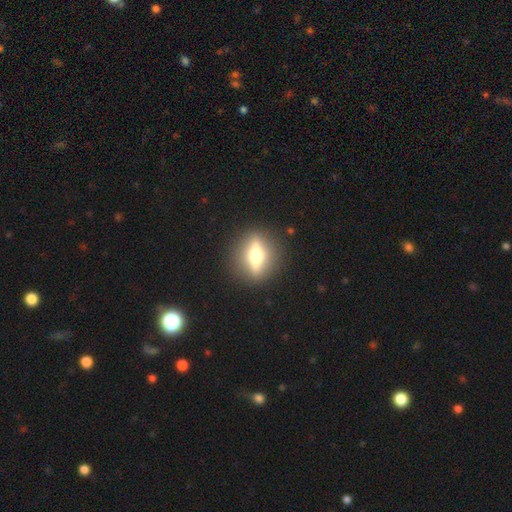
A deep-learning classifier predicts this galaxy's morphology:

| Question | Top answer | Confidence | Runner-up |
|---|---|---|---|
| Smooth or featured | featured or disk | 64% | smooth (28%) |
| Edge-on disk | yes | 79% | no (21%) |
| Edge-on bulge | rounded | 94% | boxy (4%) |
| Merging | none | 87% | minor disturbance (7%) |